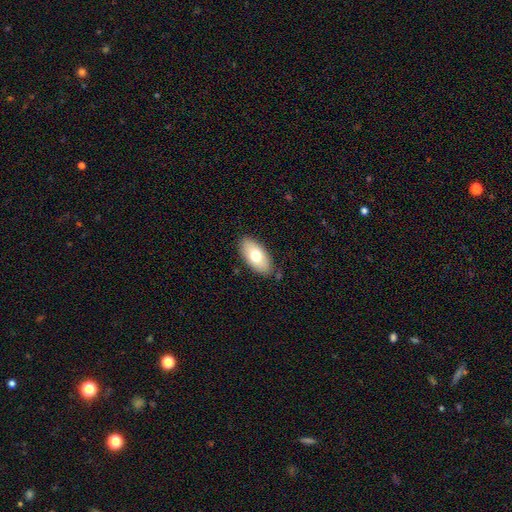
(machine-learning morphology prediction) This is likely a smooth galaxy (71%). How rounded: clearly in between (93%). Merging: clearly none (84%).